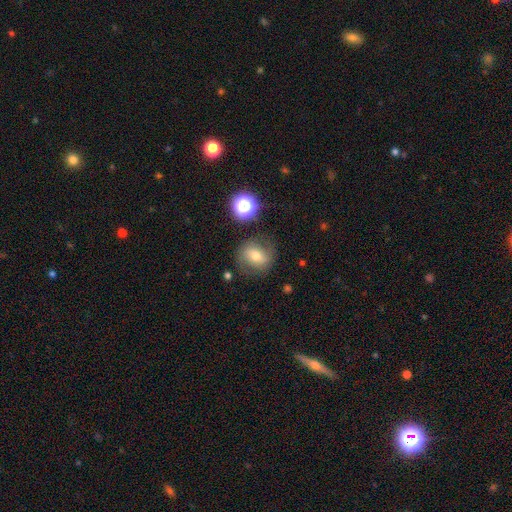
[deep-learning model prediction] Q: Smooth or featured?
A: smooth (53%); runner-up: featured or disk (33%)
Q: How rounded?
A: round (69%); runner-up: in between (29%)
Q: Merging?
A: none (75%); runner-up: minor disturbance (16%)